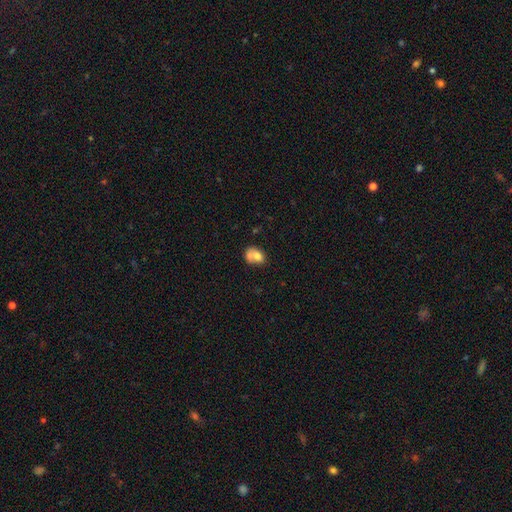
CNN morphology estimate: type=smooth (68%); roundness=in between (62%); merging=merger (53%).